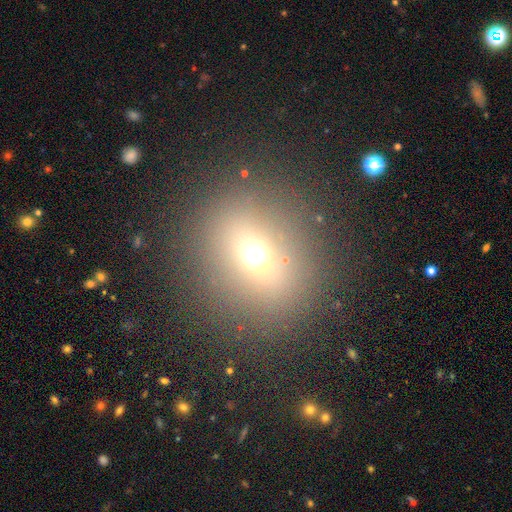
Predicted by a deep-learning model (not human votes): Smooth or featured: smooth — 61% (star or artifact — 23%)
How rounded: round — 74% (in between — 24%)
Merging: none — 85% (minor disturbance — 8%)